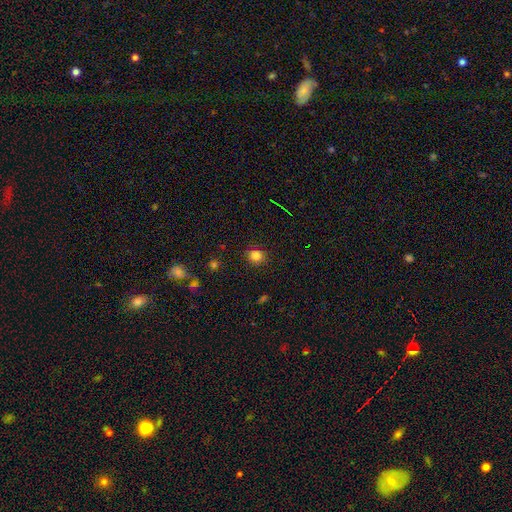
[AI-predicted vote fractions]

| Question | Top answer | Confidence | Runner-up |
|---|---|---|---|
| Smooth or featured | smooth | 81% | star or artifact (14%) |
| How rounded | round | 86% | in between (13%) |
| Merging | none | 89% | minor disturbance (8%) |